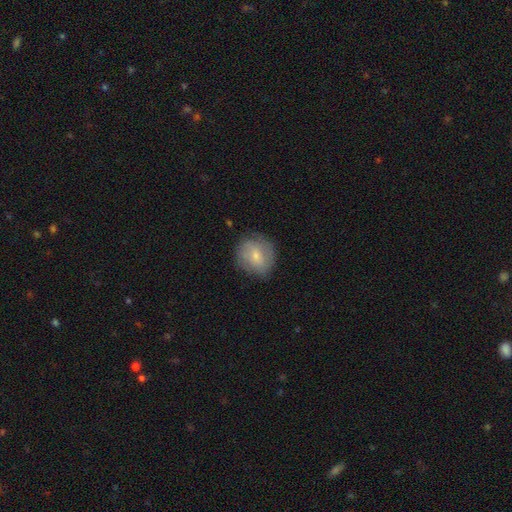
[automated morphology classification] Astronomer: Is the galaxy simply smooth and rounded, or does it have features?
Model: smooth — 58% (runner-up: featured or disk, 35%).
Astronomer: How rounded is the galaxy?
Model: round — 79%.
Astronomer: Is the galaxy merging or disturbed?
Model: none — 76%.